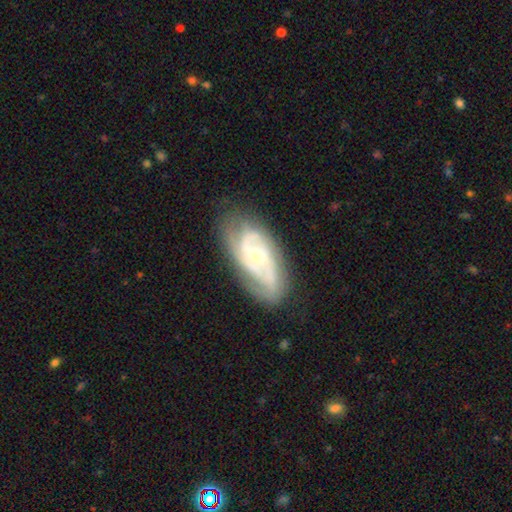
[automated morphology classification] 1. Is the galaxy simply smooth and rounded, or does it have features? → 85% featured or disk, 10% smooth, 5% star or artifact.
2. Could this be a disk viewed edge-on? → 95% no, 5% yes.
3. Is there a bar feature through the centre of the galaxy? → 60% no, 31% weak, 9% strong.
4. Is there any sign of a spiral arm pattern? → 95% yes, 5% no.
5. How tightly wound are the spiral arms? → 49% tight, 41% medium, 10% loose.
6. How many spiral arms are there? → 45% 2, 23% 3, 20% can't tell, 4% 1, 4% 4, 3% more than 4.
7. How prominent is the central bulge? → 60% small, 37% moderate, 1% large, 1% none, 1% dominant.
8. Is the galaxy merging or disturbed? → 70% none, 21% minor disturbance, 8% major disturbance, 2% merger.